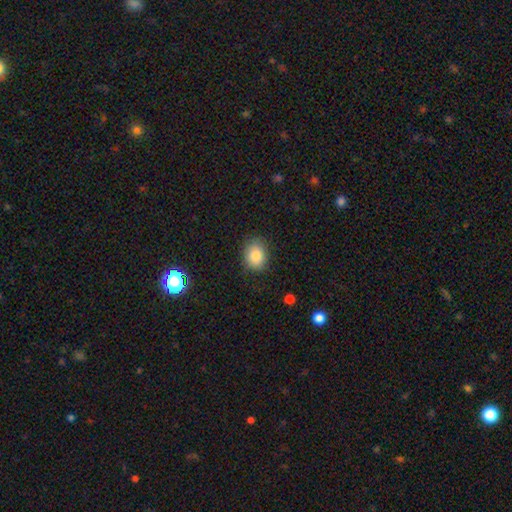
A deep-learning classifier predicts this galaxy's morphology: A smooth galaxy with no disk features (84%) that is round (55%). Merging: none (83%).